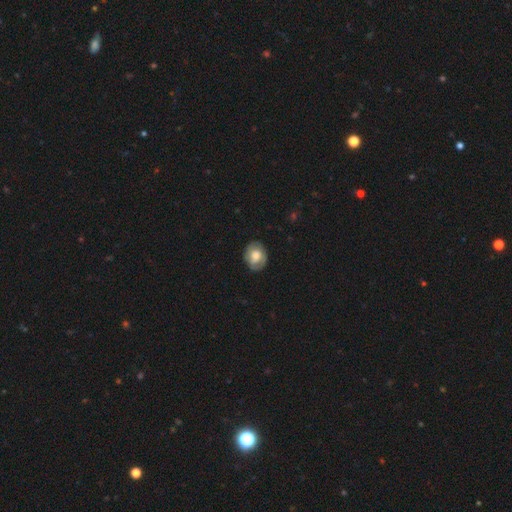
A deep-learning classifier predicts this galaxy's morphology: This is possibly a smooth galaxy (54%). How rounded: possibly in between (55%). Merging: likely none (79%).